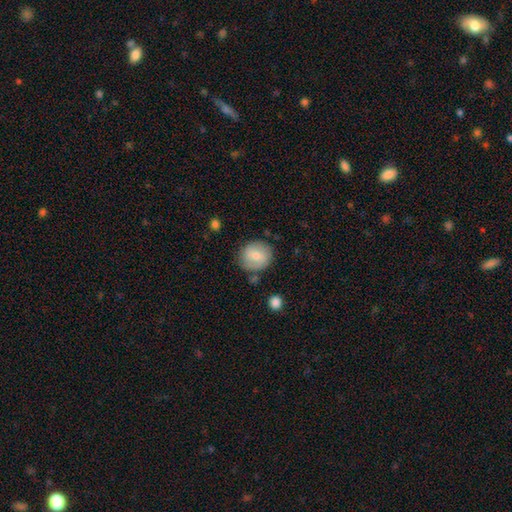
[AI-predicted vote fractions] smooth 72%, featured or disk 21%, star or artifact 7%. Down the decision tree: how rounded — round (85%); merging — none (77%).